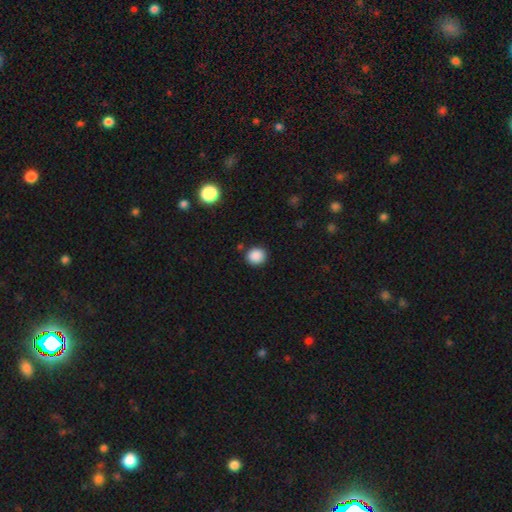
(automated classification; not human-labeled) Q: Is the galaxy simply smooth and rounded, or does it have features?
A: smooth — 88%.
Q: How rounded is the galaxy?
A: round — 89%.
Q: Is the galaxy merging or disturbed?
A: none — 89%.